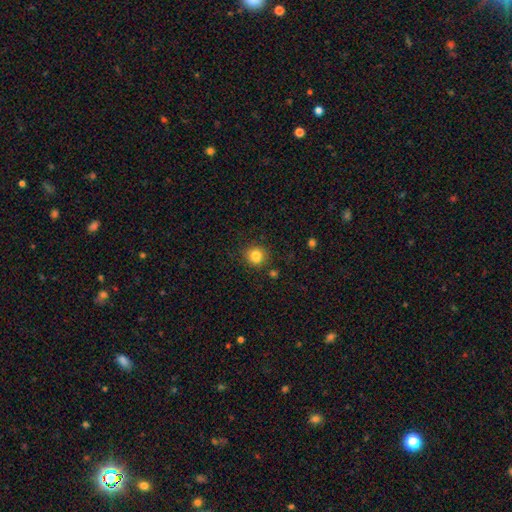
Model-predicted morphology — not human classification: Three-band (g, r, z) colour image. It shows a smooth galaxy with no disk features (83%) that is round (88%). Merging: none (84%).